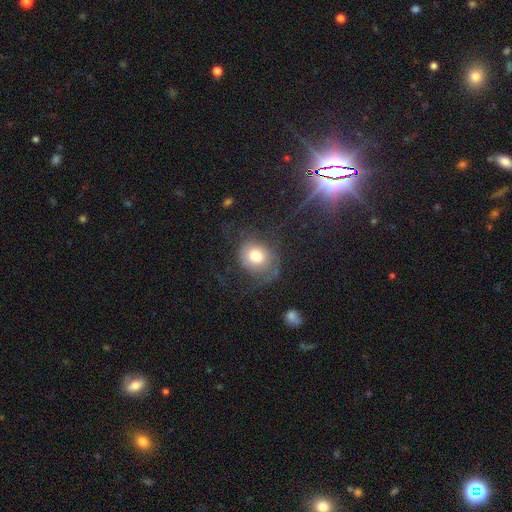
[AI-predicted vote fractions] Overall: smooth (60%; featured or disk 29%). How rounded: round (72%). Merging: none (51%; major disturbance 28%).